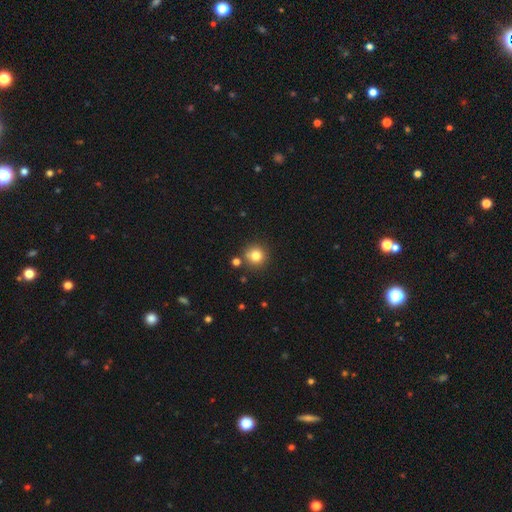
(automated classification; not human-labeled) Smooth or featured? Predicted: smooth (p=0.81). How rounded? Predicted: round (p=0.92). Merging? Predicted: none (p=0.81).